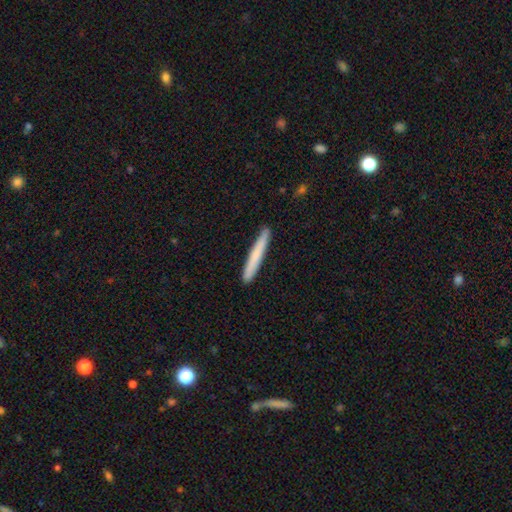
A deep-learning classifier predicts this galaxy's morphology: Q: Smooth or featured?
A: smooth (73%); runner-up: featured or disk (22%)
Q: How rounded?
A: cigar-shaped (96%); runner-up: in between (2%)
Q: Merging?
A: none (91%); runner-up: minor disturbance (7%)